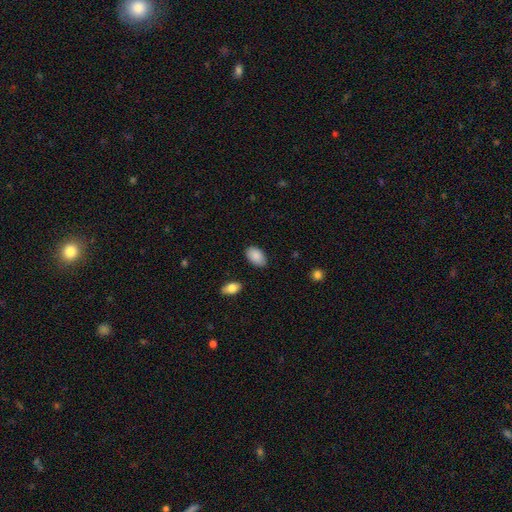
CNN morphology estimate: A smooth galaxy with no disk features (90%) that is in between round and cigar-shaped (92%).

Vote fractions:
- Smooth or featured? smooth: 90% / star or artifact: 6% / featured or disk: 4%
- How rounded? in between: 92% / round: 6% / cigar-shaped: 1%
- Merging? none: 85% / minor disturbance: 11% / major disturbance: 3% / merger: 1%